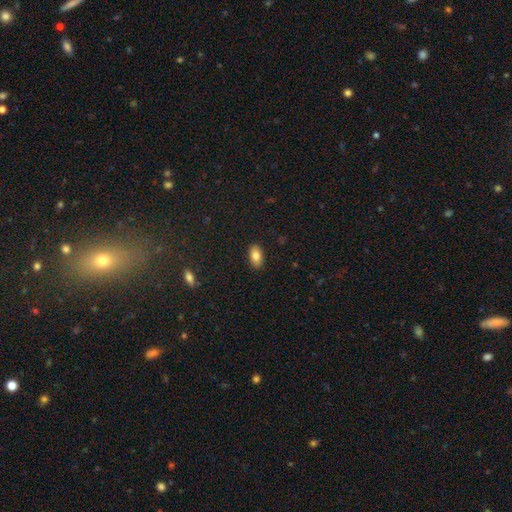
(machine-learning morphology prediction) smooth 84%, featured or disk 9%, star or artifact 8%. Down the decision tree: how rounded — in between (92%); merging — none (88%).